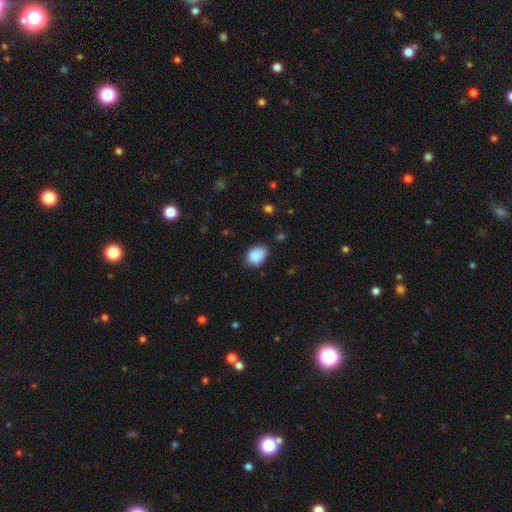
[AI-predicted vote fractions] Morphology: type=smooth (88%); roundness=in between (71%); merging=none (69%).